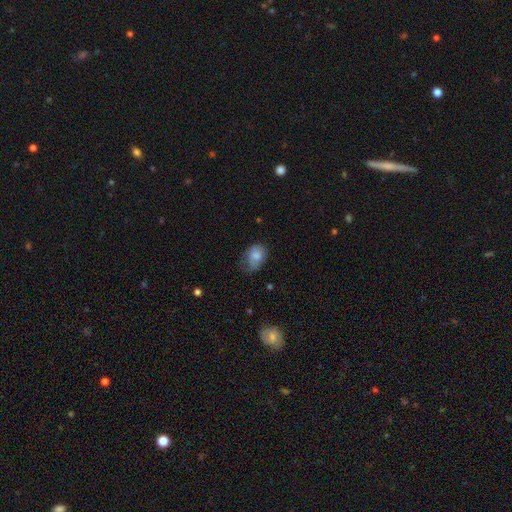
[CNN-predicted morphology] smooth_or_featured: smooth (p=0.75) [alt: featured or disk p=0.17]
how_rounded: in between (p=0.75) [alt: round p=0.24]
merging: none (p=0.41) [alt: minor disturbance p=0.37]